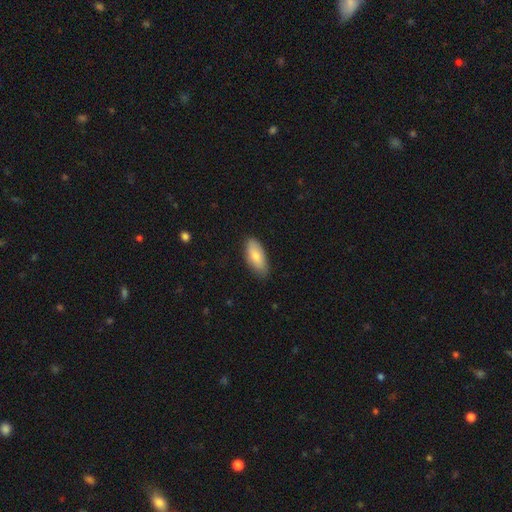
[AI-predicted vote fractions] smooth-or-featured: smooth: 79% | featured or disk: 15% | star or artifact: 6%
  how-rounded: in between: 85% | cigar-shaped: 12% | round: 2%
  merging: none: 84% | minor disturbance: 13% | major disturbance: 2% | merger: 1%